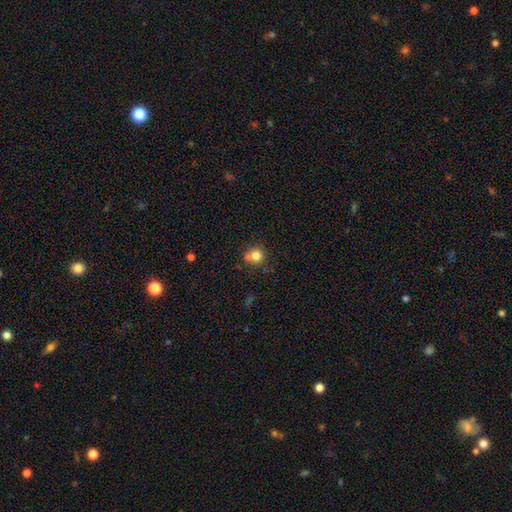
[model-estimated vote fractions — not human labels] This is likely a smooth galaxy (80%). How rounded: clearly round (88%). Merging: likely none (62%).